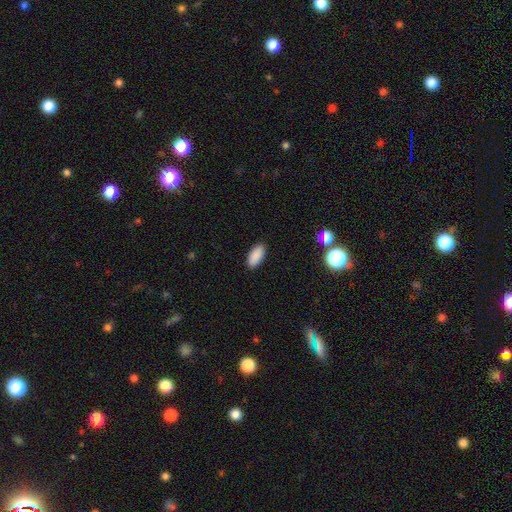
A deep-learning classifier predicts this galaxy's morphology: A smooth galaxy with no disk features (90%) that is in between round and cigar-shaped (91%). Merging: none (90%).